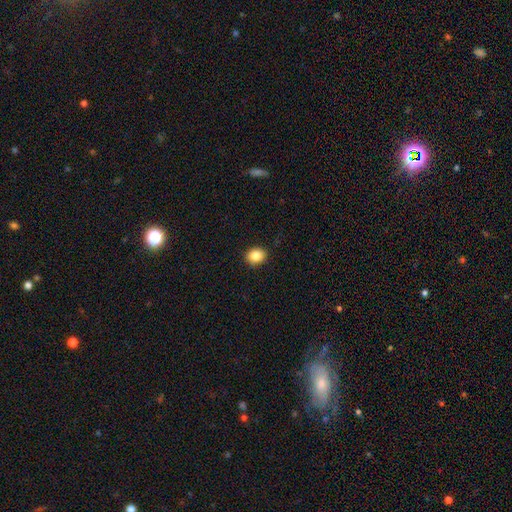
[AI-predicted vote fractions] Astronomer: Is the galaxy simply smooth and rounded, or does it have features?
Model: smooth — 85%.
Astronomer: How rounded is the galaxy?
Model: round — 63%.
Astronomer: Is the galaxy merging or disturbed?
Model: none — 90%.